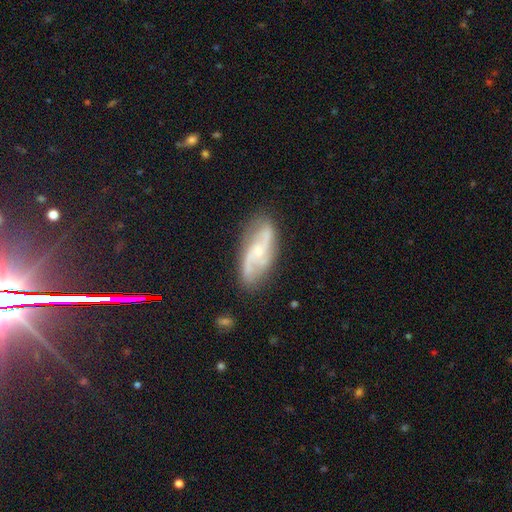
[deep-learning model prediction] This is likely a featured or disk galaxy (77%). It is clearly not viewed edge-on (89%). Bar: possibly no (51%). Spiral arm pattern: clearly yes (93%). Spiral arm count: likely 2 (74%). Spiral winding: possibly loose (45%). Central bulge: likely small (65%). Merging: likely none (77%).